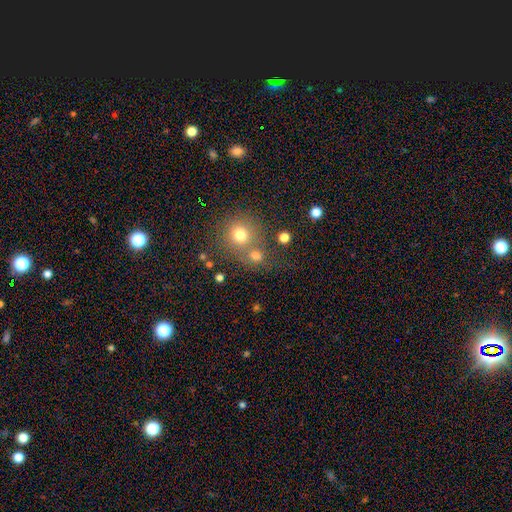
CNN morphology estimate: Smooth or featured: smooth — 73% (star or artifact — 17%)
How rounded: round — 82% (in between — 16%)
Merging: none — 51% (merger — 37%)